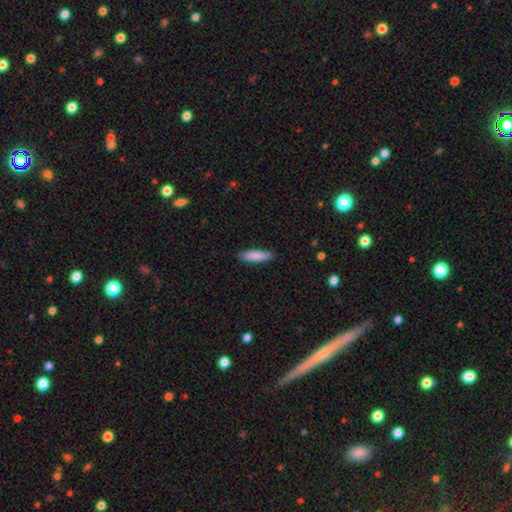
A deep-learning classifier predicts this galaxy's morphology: The model was most divided on "how rounded": cigar-shaped: 67%, in between: 32%, round: 1%. More confident: merging — none (88%); smooth or featured — smooth (86%).